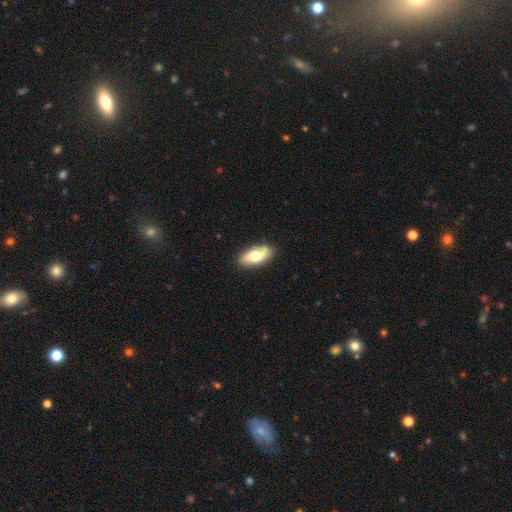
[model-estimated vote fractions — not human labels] Smooth or featured: smooth — 70% (featured or disk — 24%)
How rounded: in between — 87% (cigar-shaped — 10%)
Merging: none — 83% (minor disturbance — 13%)